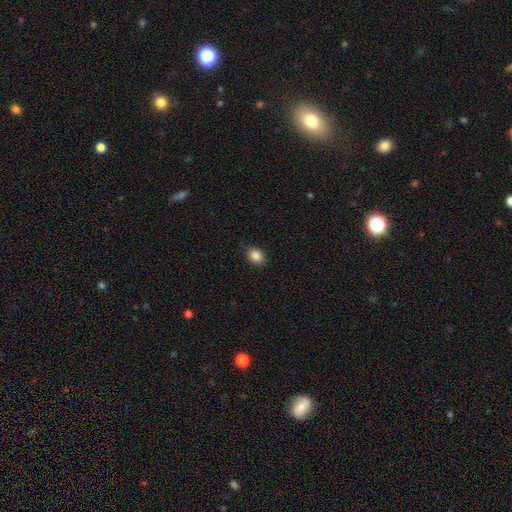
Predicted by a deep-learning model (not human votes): Smooth or featured? Predicted: smooth (p=0.86). How rounded? Predicted: in between (p=0.55). Merging? Predicted: none (p=0.87).